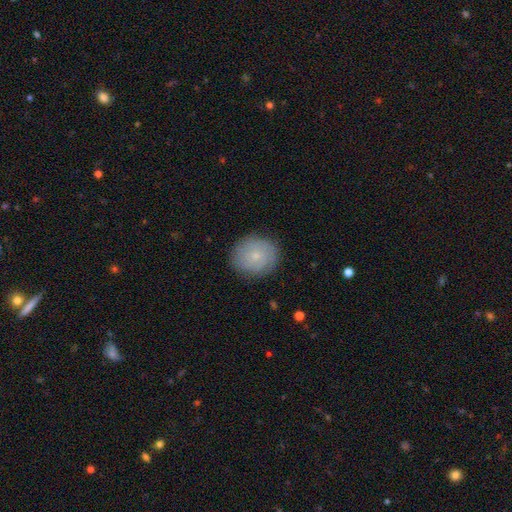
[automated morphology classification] A smooth galaxy with no disk features (56%) that is round (75%).

Vote fractions:
- Smooth or featured? smooth: 56% / featured or disk: 36% / star or artifact: 8%
- How rounded? round: 75% / in between: 24% / cigar-shaped: 1%
- Merging? none: 84% / minor disturbance: 11% / major disturbance: 3% / merger: 1%